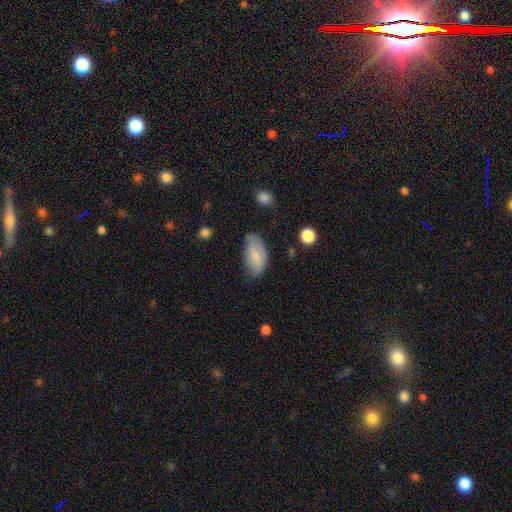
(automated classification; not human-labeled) smooth_or_featured: smooth (p=0.79) [alt: featured or disk p=0.15]
how_rounded: in between (p=0.94) [alt: cigar-shaped p=0.03]
merging: none (p=0.62) [alt: minor disturbance p=0.30]